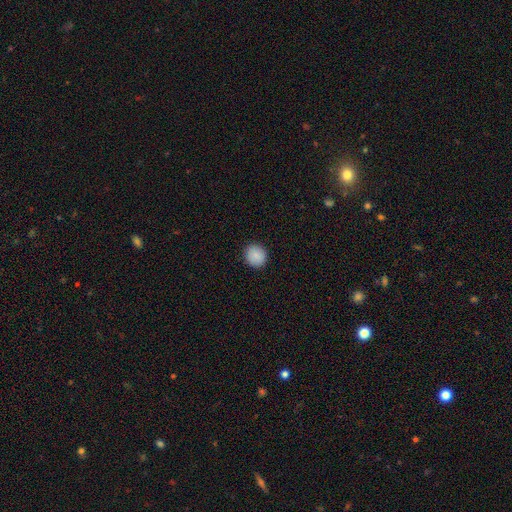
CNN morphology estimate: This is clearly a smooth galaxy (89%). How rounded: clearly round (86%). Merging: clearly none (92%).